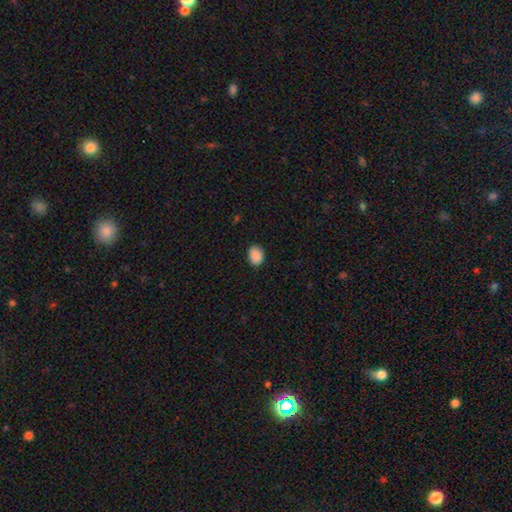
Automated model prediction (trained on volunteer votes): Q: Smooth or featured?
A: smooth (89%); runner-up: star or artifact (8%)
Q: How rounded?
A: in between (64%); runner-up: round (36%)
Q: Merging?
A: none (87%); runner-up: minor disturbance (10%)